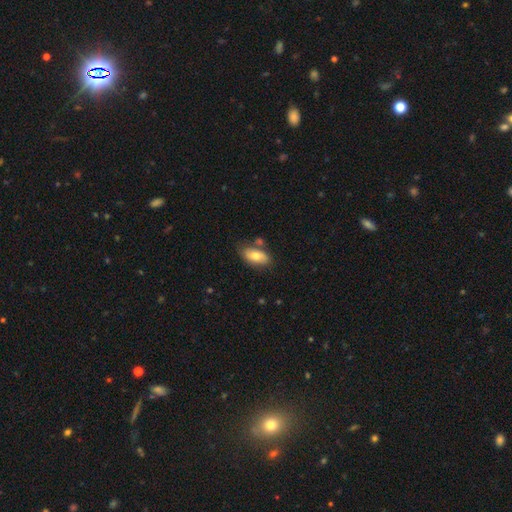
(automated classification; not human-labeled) smooth_or_featured: smooth (p=0.74) [alt: featured or disk p=0.20]
how_rounded: in between (p=0.90) [alt: cigar-shaped p=0.06]
merging: none (p=0.69) [alt: minor disturbance p=0.17]